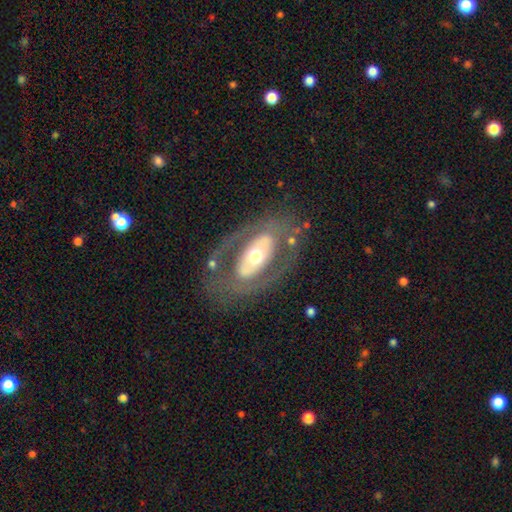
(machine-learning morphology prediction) Overall: featured or disk (71%). Edge-on disk: no (90%). Bar: no (59%; strong 22%). Spiral arms: no (64%; yes 36%). Bulge size: moderate (64%). Merging: none (70%).